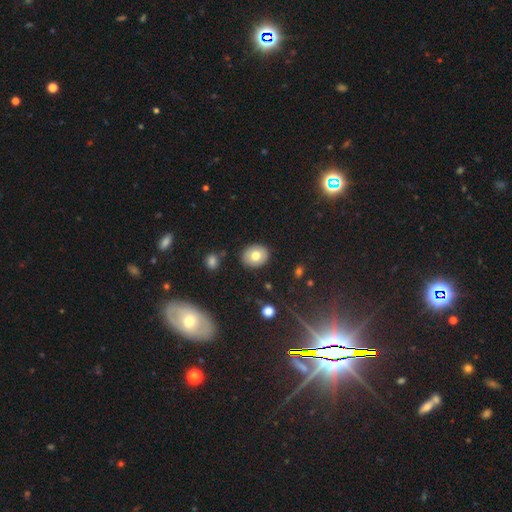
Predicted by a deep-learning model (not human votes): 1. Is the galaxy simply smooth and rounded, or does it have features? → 74% smooth, 18% featured or disk, 9% star or artifact.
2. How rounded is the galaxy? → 58% round, 42% in between, 1% cigar-shaped.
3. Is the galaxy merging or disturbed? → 87% none, 9% minor disturbance, 2% major disturbance, 2% merger.